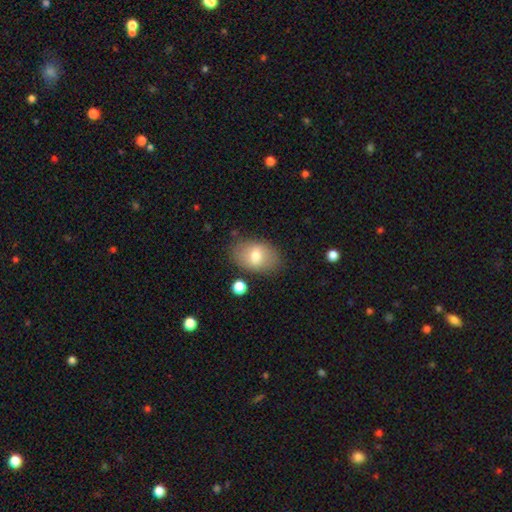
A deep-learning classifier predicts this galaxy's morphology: smooth_or_featured: smooth (p=0.70) [alt: featured or disk p=0.22]
how_rounded: in between (p=0.86) [alt: round p=0.13]
merging: none (p=0.80) [alt: minor disturbance p=0.13]